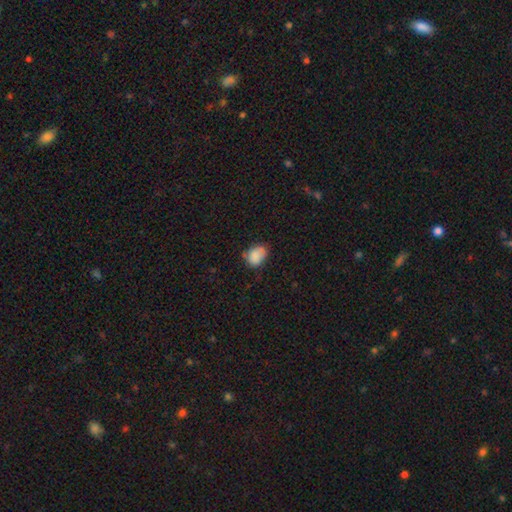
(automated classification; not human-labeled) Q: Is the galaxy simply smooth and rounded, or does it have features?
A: smooth — 83%.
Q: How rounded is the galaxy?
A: in between — 65%.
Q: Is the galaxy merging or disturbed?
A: none — 58%.